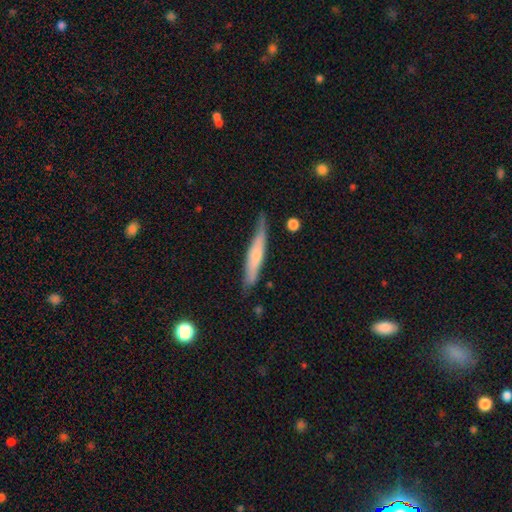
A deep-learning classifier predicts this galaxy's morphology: The model was most divided on "smooth or featured": smooth: 52%, featured or disk: 42%, star or artifact: 6%. More confident: how rounded — cigar-shaped (91%); merging — none (71%).